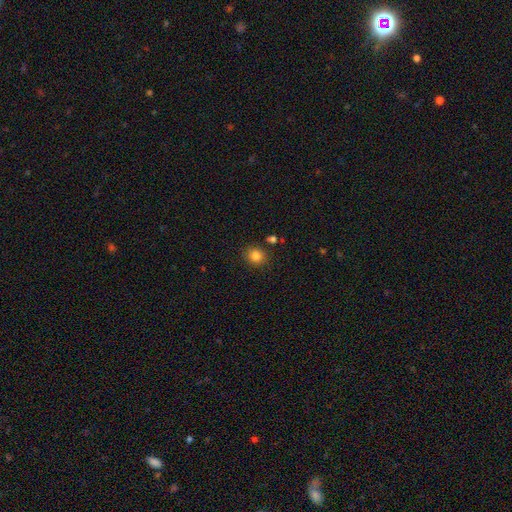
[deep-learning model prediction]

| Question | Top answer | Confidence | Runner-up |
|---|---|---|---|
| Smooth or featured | smooth | 83% | star or artifact (11%) |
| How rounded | round | 77% | in between (22%) |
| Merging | none | 84% | minor disturbance (9%) |